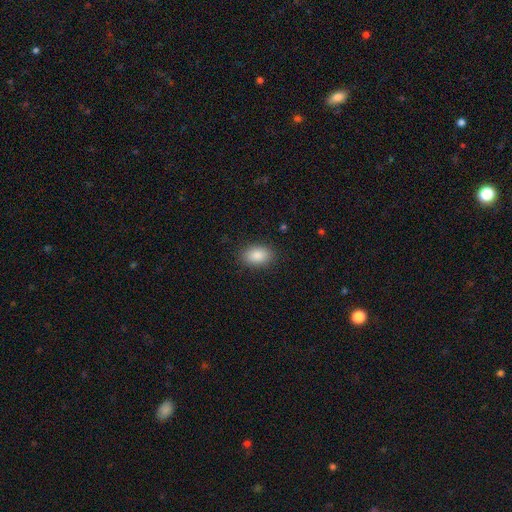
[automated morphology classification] smooth_or_featured: smooth (p=0.87) [alt: star or artifact p=0.08]
how_rounded: in between (p=0.88) [alt: round p=0.11]
merging: none (p=0.87) [alt: minor disturbance p=0.09]